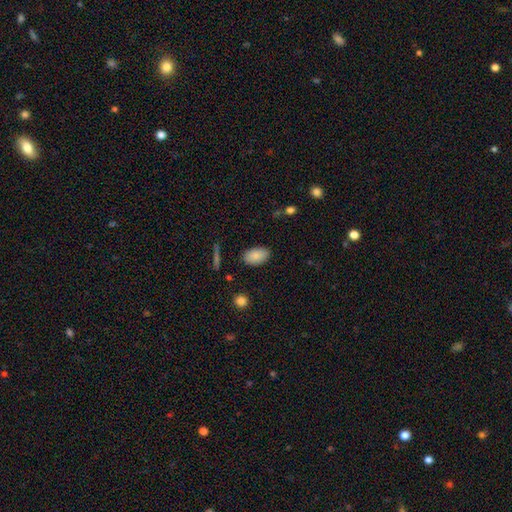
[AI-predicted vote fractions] The model was most divided on "merging": none: 86%, minor disturbance: 10%, major disturbance: 2%, merger: 1%. More confident: how rounded — in between (93%); smooth or featured — smooth (87%).